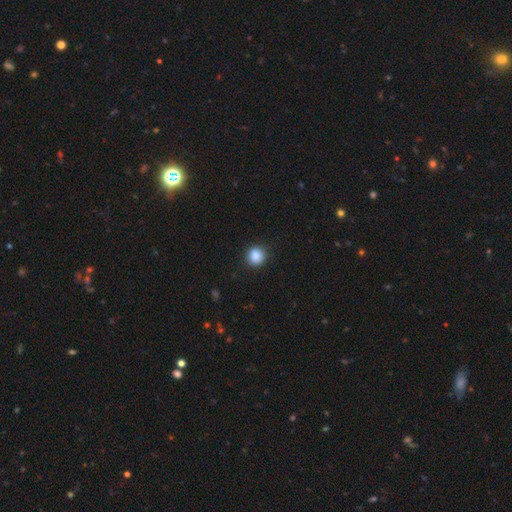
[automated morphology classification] Overall: smooth (87%). How rounded: round (90%). Merging: none (90%).